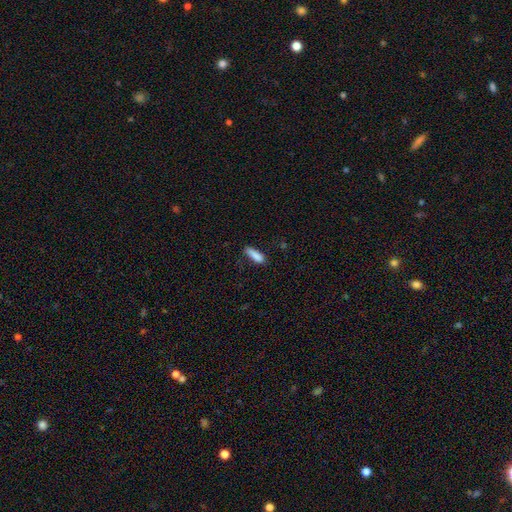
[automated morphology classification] The model was most divided on "how rounded": cigar-shaped: 59%, in between: 39%, round: 2%. More confident: smooth or featured — smooth (85%); merging — none (66%).